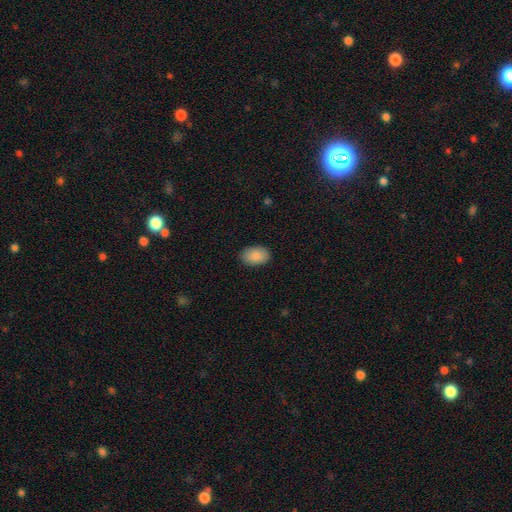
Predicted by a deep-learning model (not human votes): A smooth galaxy with no disk features (89%) that is in between round and cigar-shaped (89%). Merging: none (88%).